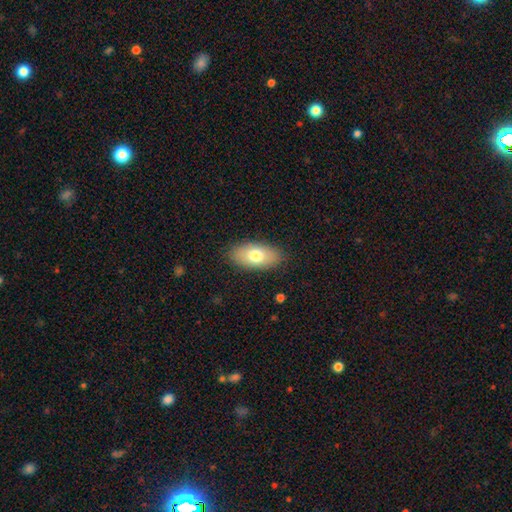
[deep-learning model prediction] A smooth galaxy with no disk features (74%) that is in between round and cigar-shaped (92%).

Vote fractions:
- Smooth or featured? smooth: 74% / featured or disk: 20% / star or artifact: 7%
- How rounded? in between: 92% / cigar-shaped: 5% / round: 4%
- Merging? none: 87% / minor disturbance: 10% / major disturbance: 3% / merger: 1%